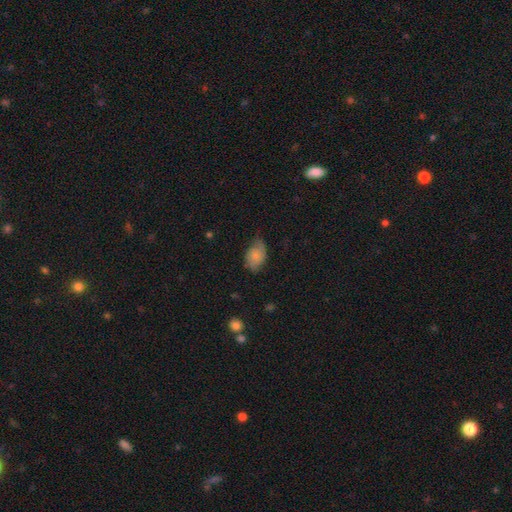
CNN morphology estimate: smooth 67%, featured or disk 26%, star or artifact 7%. Down the decision tree: how rounded — in between (86%); merging — none (53%).